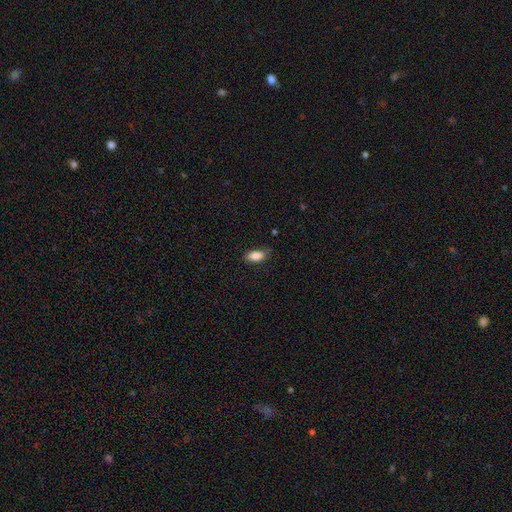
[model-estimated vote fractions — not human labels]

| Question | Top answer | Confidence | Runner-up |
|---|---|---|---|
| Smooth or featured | smooth | 86% | star or artifact (8%) |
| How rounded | in between | 90% | cigar-shaped (5%) |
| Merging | none | 75% | minor disturbance (20%) |